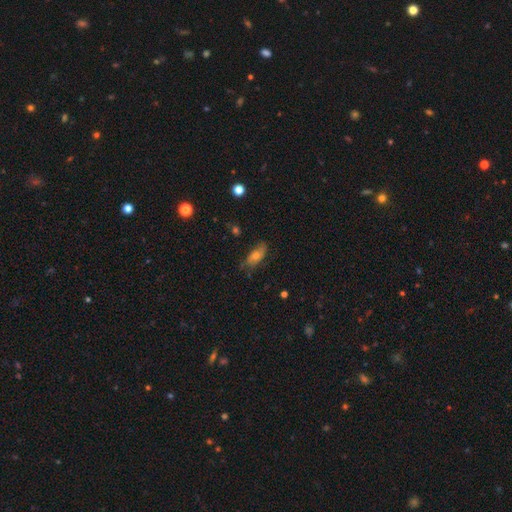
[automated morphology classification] Smooth or featured? smooth (53%)
How rounded? in between (77%)
Merging? none (69%)